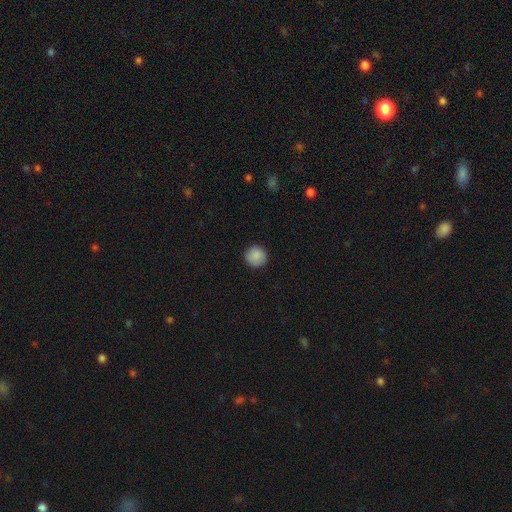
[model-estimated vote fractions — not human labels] smooth-or-featured: smooth: 88% | star or artifact: 8% | featured or disk: 5%
  how-rounded: round: 95% | in between: 4% | cigar-shaped: 1%
  merging: none: 90% | minor disturbance: 7% | major disturbance: 2% | merger: 1%